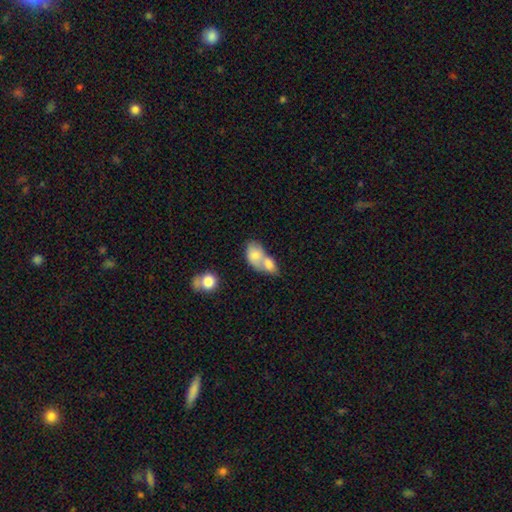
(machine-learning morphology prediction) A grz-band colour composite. It shows a smooth galaxy with no disk features (73%) that is in between round and cigar-shaped (83%). Merging: merger (72%).